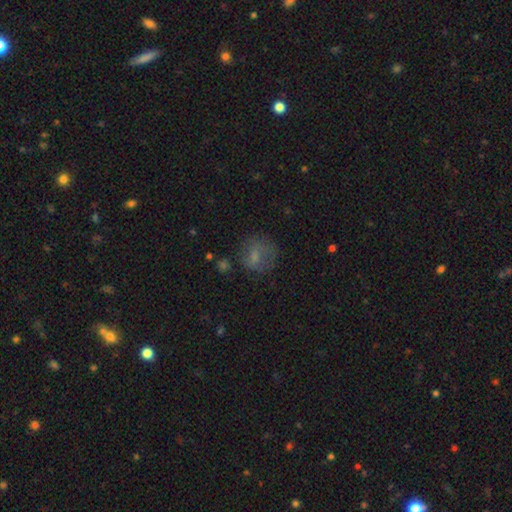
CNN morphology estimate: Q: Smooth or featured?
A: smooth (65%); runner-up: featured or disk (21%)
Q: How rounded?
A: round (71%); runner-up: in between (28%)
Q: Merging?
A: none (59%); runner-up: minor disturbance (21%)